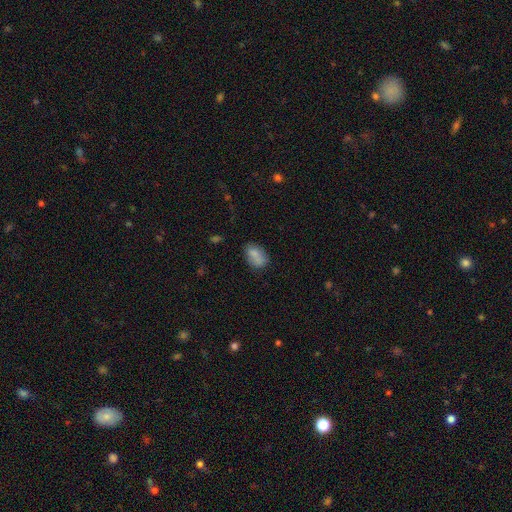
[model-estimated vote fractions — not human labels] Overall: smooth (79%). How rounded: in between (85%). Merging: none (55%; minor disturbance 20%).